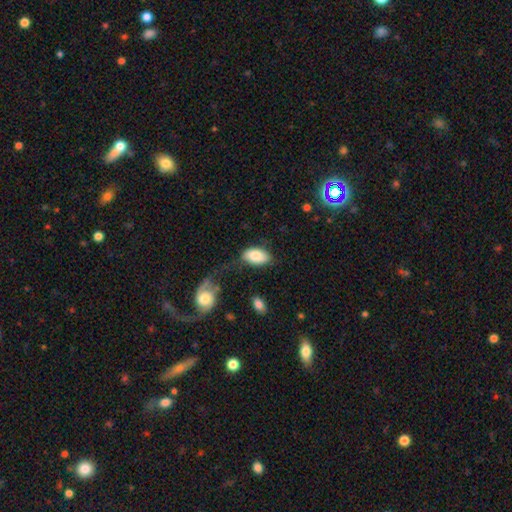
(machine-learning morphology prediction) smooth-or-featured: smooth: 83% | featured or disk: 11% | star or artifact: 6%
  how-rounded: in between: 94% | round: 4% | cigar-shaped: 2%
  merging: none: 62% | minor disturbance: 22% | major disturbance: 9% | merger: 7%